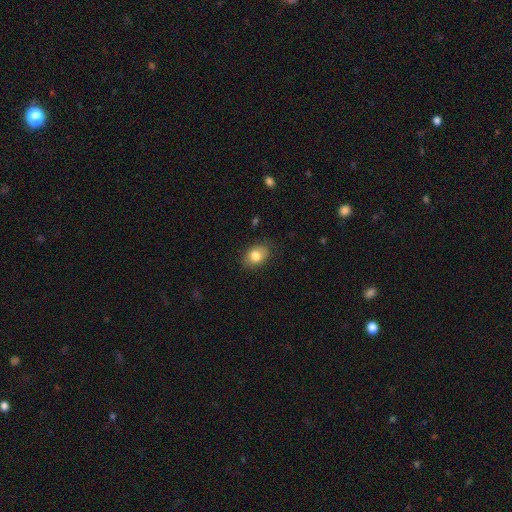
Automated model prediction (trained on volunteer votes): Smooth or featured? smooth (81%)
How rounded? in between (73%)
Merging? none (81%)